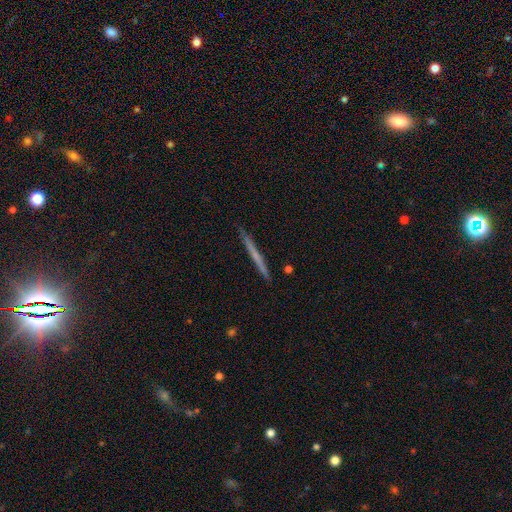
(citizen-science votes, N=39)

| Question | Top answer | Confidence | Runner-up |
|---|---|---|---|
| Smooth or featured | featured or disk | 59% | smooth (41%) |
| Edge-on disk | yes | 100% | — |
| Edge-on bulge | none | 91% | rounded (9%) |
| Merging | none | 90% | minor disturbance (8%) |